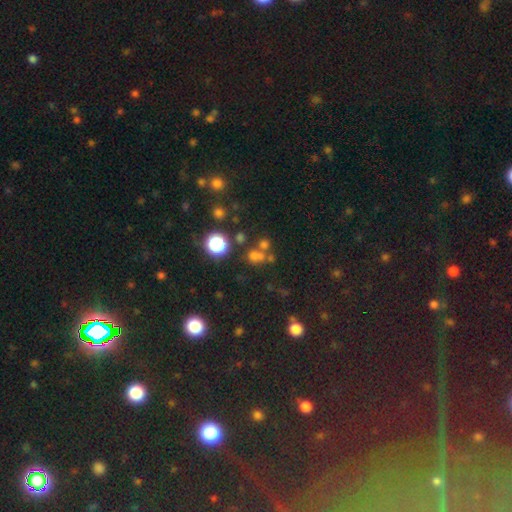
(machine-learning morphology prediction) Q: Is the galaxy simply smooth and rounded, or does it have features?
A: smooth — 53%.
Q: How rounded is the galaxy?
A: round — 72%.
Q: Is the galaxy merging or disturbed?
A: none — 54%.